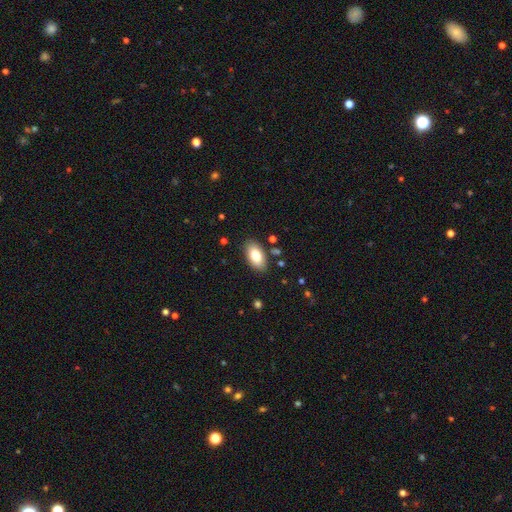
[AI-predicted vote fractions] smooth_or_featured: smooth (p=0.78) [alt: featured or disk p=0.14]
how_rounded: in between (p=0.94) [alt: round p=0.04]
merging: none (p=0.87) [alt: minor disturbance p=0.09]